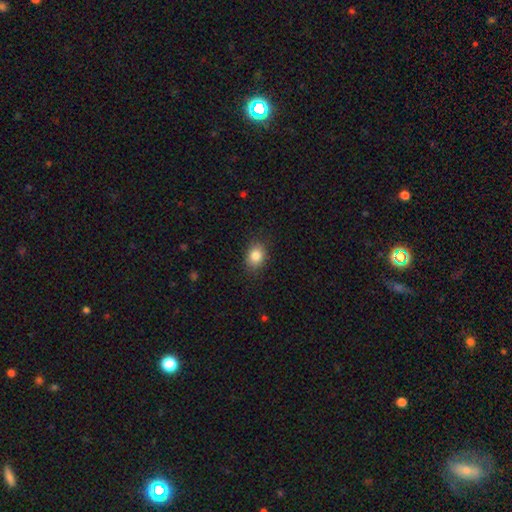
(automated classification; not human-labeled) smooth 85%, star or artifact 9%, featured or disk 6%. Down the decision tree: how rounded — in between (61%); merging — none (86%).